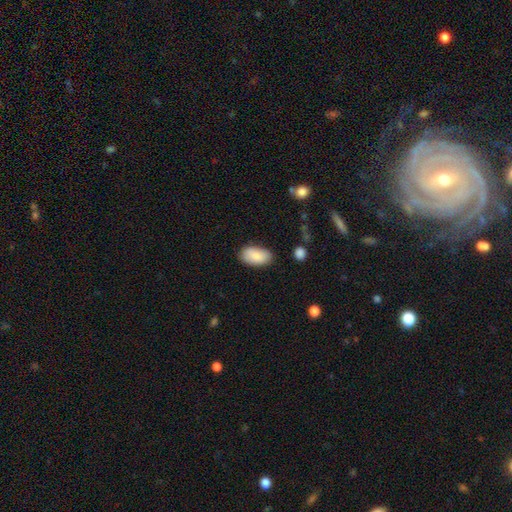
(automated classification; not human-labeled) smooth-or-featured: smooth: 87% | featured or disk: 7% | star or artifact: 6%
  how-rounded: in between: 95% | round: 3% | cigar-shaped: 2%
  merging: none: 82% | minor disturbance: 14% | major disturbance: 3% | merger: 2%